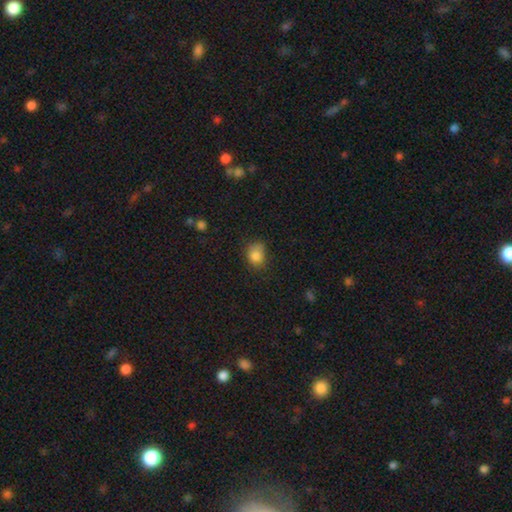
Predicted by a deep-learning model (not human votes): Morphology: type=smooth (84%); roundness=round (54%); merging=none (59%).